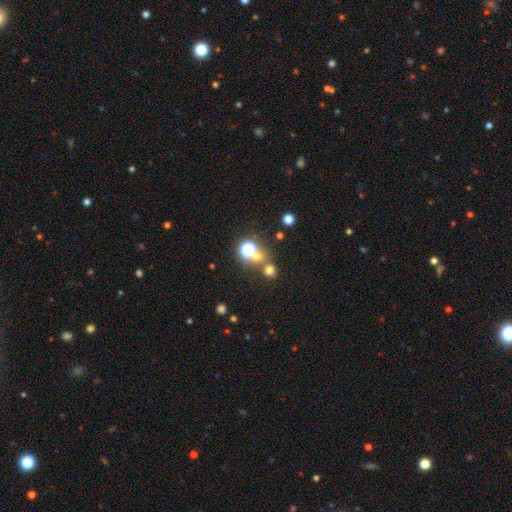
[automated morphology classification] smooth-or-featured: smooth: 57% | star or artifact: 33% | featured or disk: 10%
  how-rounded: round: 83% | in between: 16% | cigar-shaped: 1%
  merging: none: 61% | merger: 27% | minor disturbance: 7% | major disturbance: 5%